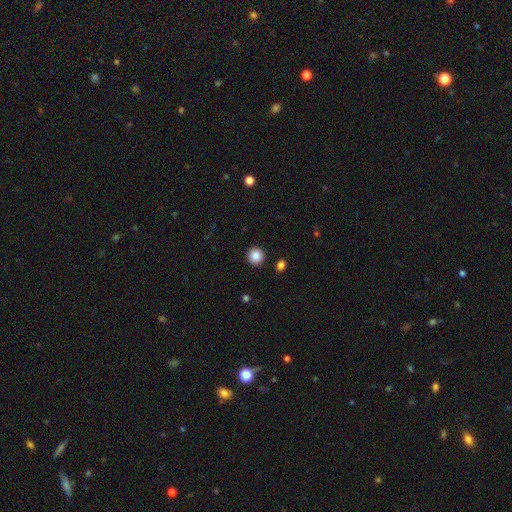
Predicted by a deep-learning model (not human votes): A smooth galaxy with no disk features (85%) that is round (95%).

Vote fractions:
- Smooth or featured? smooth: 85% / star or artifact: 10% / featured or disk: 5%
- How rounded? round: 95% / in between: 4% / cigar-shaped: 1%
- Merging? none: 92% / minor disturbance: 5% / merger: 2% / major disturbance: 2%